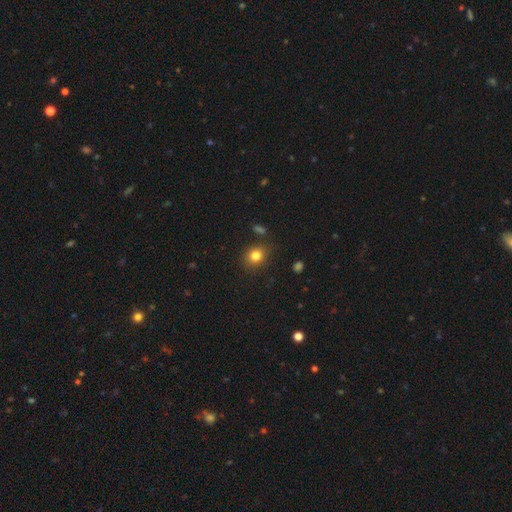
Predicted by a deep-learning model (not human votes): smooth_or_featured: smooth (p=0.81) [alt: star or artifact p=0.12]
how_rounded: round (p=0.62) [alt: in between p=0.37]
merging: none (p=0.82) [alt: minor disturbance p=0.12]